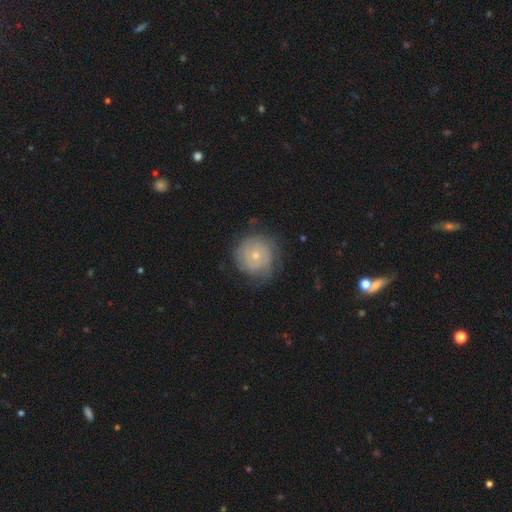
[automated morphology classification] Smooth or featured?
  - featured or disk: 57% *
  - smooth: 36%
  - star or artifact: 8%
Edge-on disk?
  - no: 97% *
  - yes: 3%
Bar?
  - no: 84% *
  - weak: 13%
  - strong: 2%
Spiral arms?
  - yes: 76% *
  - no: 24%
Bulge size?
  - small: 57% *
  - moderate: 39%
  - large: 2%
  - none: 1%
  - dominant: 1%
Merging?
  - none: 70% *
  - minor disturbance: 20%
  - major disturbance: 9%
  - merger: 1%